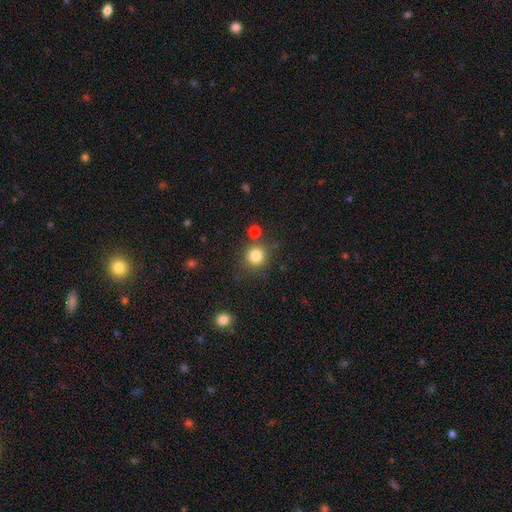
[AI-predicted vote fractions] Smooth or featured: smooth — 82% (star or artifact — 12%)
How rounded: round — 92% (in between — 8%)
Merging: none — 80% (minor disturbance — 9%)